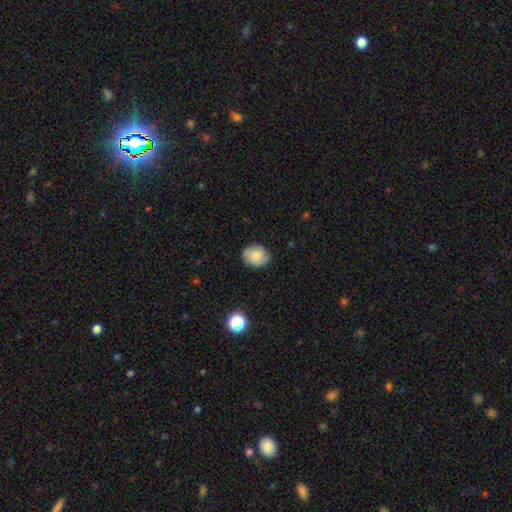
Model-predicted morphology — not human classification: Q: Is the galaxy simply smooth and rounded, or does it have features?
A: smooth — 71%.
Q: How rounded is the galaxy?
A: in between — 50%.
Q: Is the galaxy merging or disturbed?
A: none — 76%.